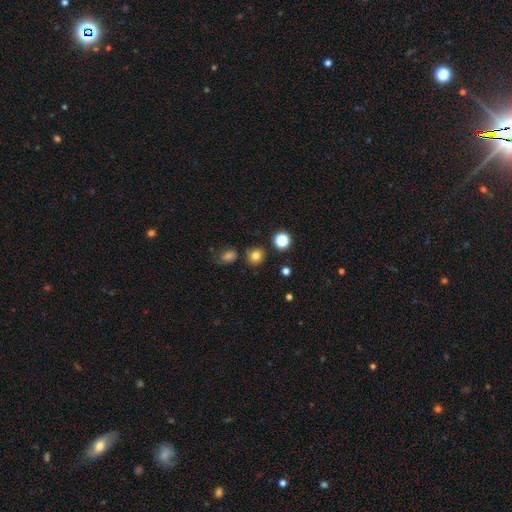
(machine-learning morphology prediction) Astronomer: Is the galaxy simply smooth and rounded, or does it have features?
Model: smooth — 77%.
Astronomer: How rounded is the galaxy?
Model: round — 83%.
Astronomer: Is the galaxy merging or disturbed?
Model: none — 81%.